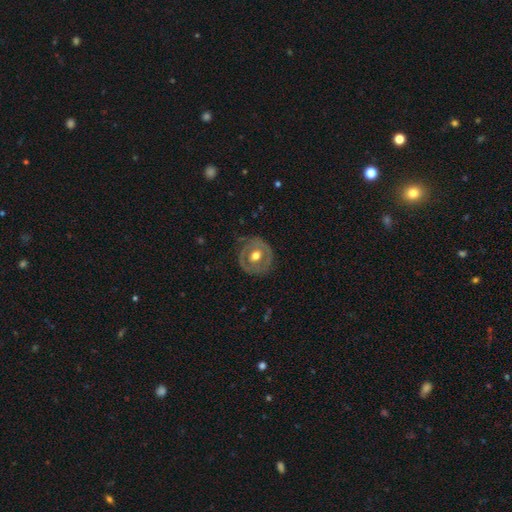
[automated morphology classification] smooth-or-featured: featured or disk: 59% | smooth: 35% | star or artifact: 6%
  disk-edge-on: no: 96% | yes: 4%
    bar: no: 73% | weak: 21% | strong: 6%
    has-spiral-arms: no: 71% | yes: 29%
    bulge-size: moderate: 75% | large: 17% | small: 6% | dominant: 1% | none: 1%
  merging: none: 77% | minor disturbance: 16% | major disturbance: 6% | merger: 1%